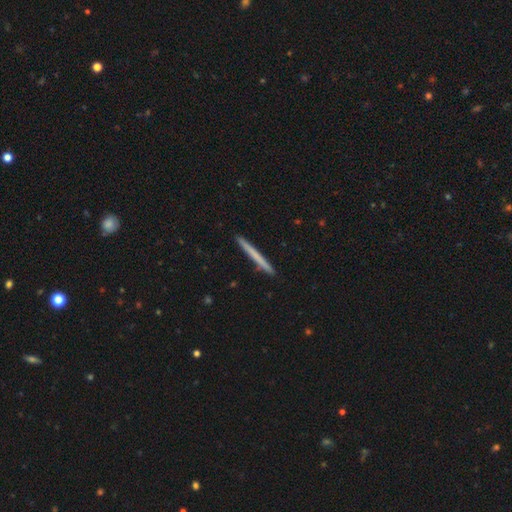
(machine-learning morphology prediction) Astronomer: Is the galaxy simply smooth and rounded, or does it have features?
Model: smooth — 60%.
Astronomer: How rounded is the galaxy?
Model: cigar-shaped — 97%.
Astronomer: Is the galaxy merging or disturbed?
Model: none — 93%.